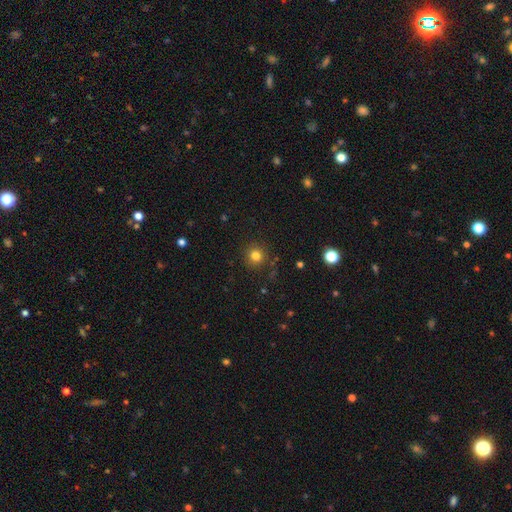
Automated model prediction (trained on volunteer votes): Smooth or featured?
  - smooth: 80% *
  - star or artifact: 14%
  - featured or disk: 6%
How rounded?
  - round: 93% *
  - in between: 6%
  - cigar-shaped: 1%
Merging?
  - none: 88% *
  - minor disturbance: 7%
  - major disturbance: 3%
  - merger: 2%